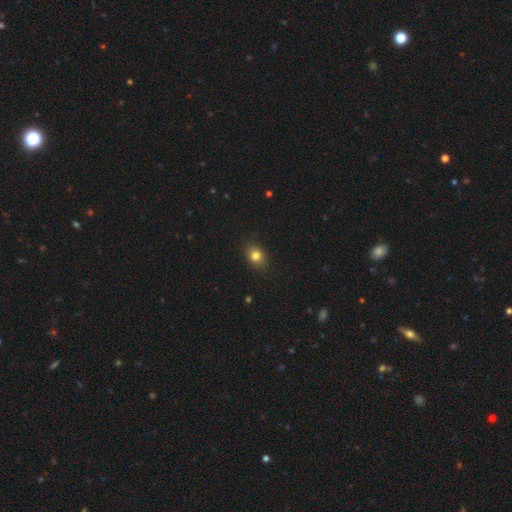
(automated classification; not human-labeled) Overall: smooth (80%). How rounded: in between (51%; round 47%). Merging: none (88%).